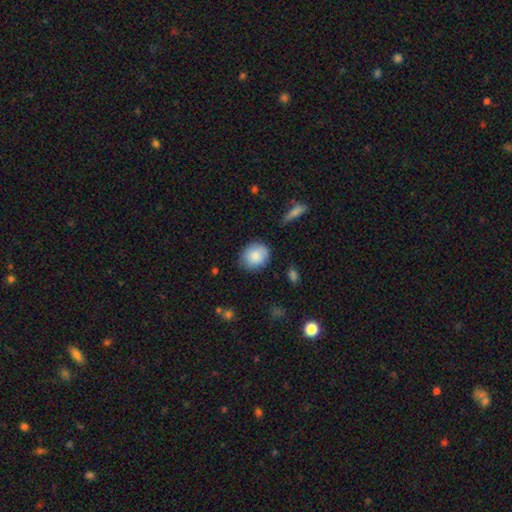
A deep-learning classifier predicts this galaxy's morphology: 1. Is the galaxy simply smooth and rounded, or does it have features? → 84% smooth, 9% featured or disk, 7% star or artifact.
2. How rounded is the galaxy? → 73% round, 25% in between, 1% cigar-shaped.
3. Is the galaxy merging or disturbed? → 80% none, 15% minor disturbance, 3% major disturbance, 2% merger.